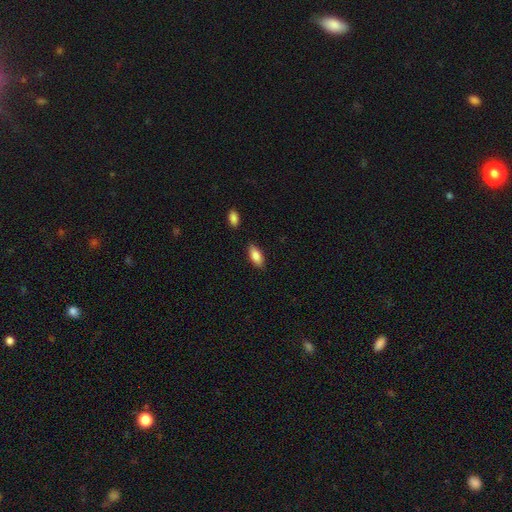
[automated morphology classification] A smooth galaxy with no disk features (84%) that is in between round and cigar-shaped (84%).

Vote fractions:
- Smooth or featured? smooth: 84% / featured or disk: 10% / star or artifact: 6%
- How rounded? in between: 84% / cigar-shaped: 14% / round: 2%
- Merging? none: 85% / minor disturbance: 11% / major disturbance: 2% / merger: 2%